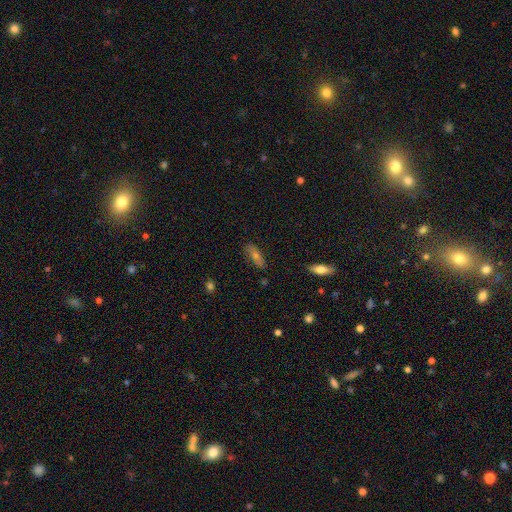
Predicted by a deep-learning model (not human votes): smooth-or-featured: smooth: 49% | featured or disk: 36% | star or artifact: 15%
  merging: none: 83% | minor disturbance: 13% | major disturbance: 3% | merger: 2%